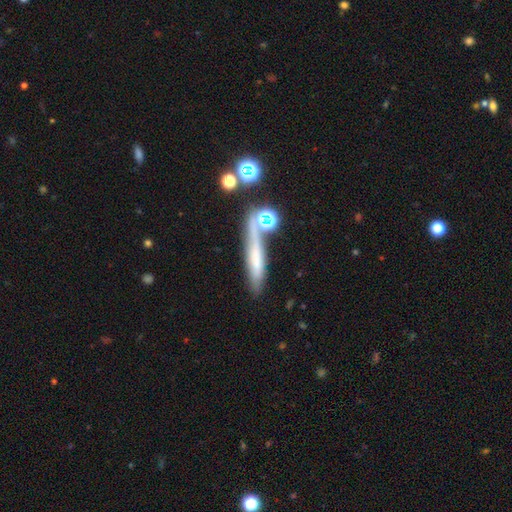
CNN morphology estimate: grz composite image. It shows a smooth galaxy with no disk features (50%). Merging: none (55%).